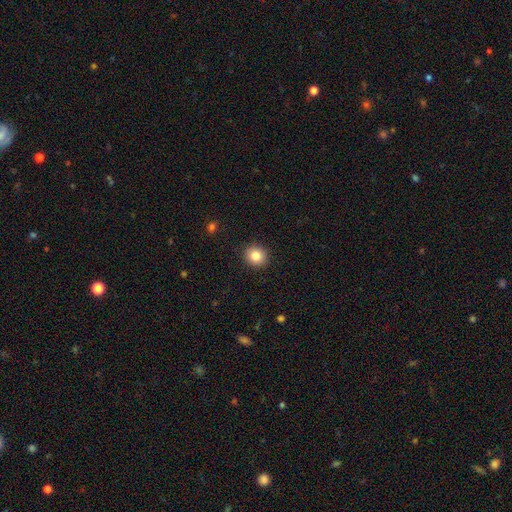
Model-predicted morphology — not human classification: smooth-or-featured: smooth: 84% | star or artifact: 10% | featured or disk: 7%
  how-rounded: round: 87% | in between: 12% | cigar-shaped: 1%
  merging: none: 92% | minor disturbance: 5% | major disturbance: 2% | merger: 1%